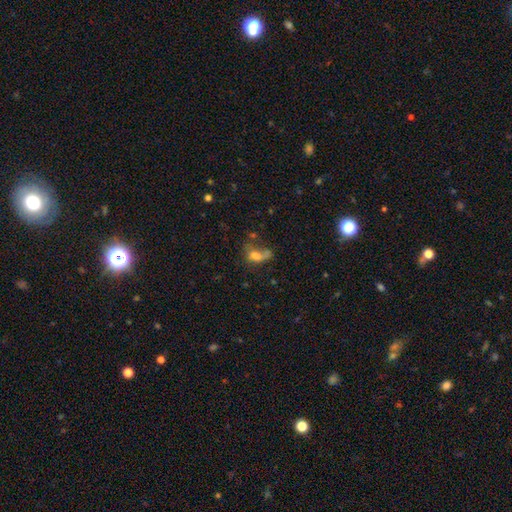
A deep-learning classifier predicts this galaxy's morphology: The model was most divided on "merging": major disturbance: 36%, merger: 24%, none: 24%, minor disturbance: 17%. More confident: how rounded — in between (75%); smooth or featured — smooth (58%).